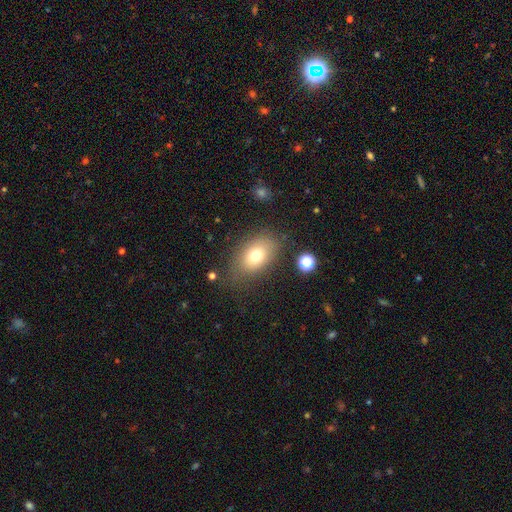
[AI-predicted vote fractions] Overall: smooth (74%). How rounded: in between (82%). Merging: none (74%).